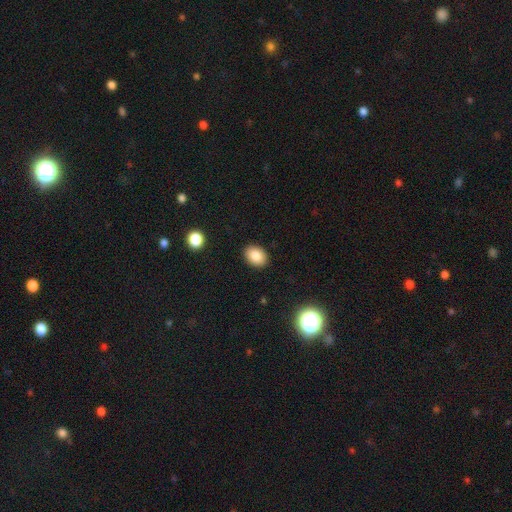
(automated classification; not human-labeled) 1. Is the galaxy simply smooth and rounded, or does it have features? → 85% smooth, 9% star or artifact, 6% featured or disk.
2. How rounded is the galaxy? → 72% in between, 27% round, 1% cigar-shaped.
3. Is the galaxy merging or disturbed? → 90% none, 7% minor disturbance, 2% major disturbance, 1% merger.